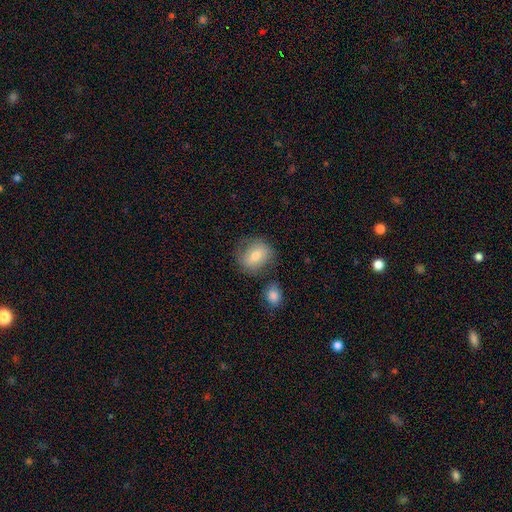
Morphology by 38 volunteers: Overall: smooth (66%; featured or disk 32%). How rounded: round (68%; in between 32%). Merging: none (49%; minor disturbance 32%).